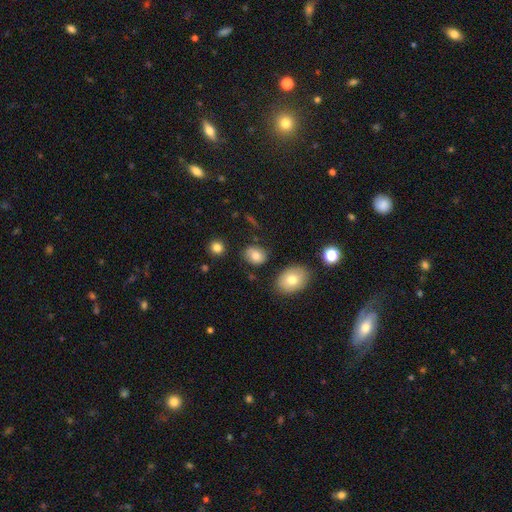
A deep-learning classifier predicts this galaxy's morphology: smooth 78%, featured or disk 12%, star or artifact 10%. Down the decision tree: how rounded — in between (58%); merging — none (80%).